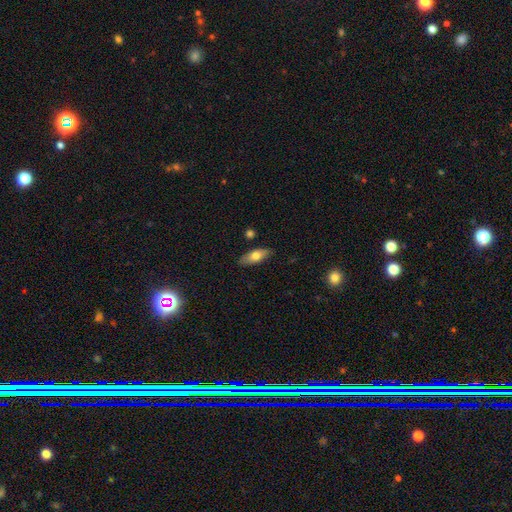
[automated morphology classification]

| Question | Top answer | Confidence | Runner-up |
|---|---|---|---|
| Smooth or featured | smooth | 69% | featured or disk (24%) |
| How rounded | in between | 74% | cigar-shaped (23%) |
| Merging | none | 84% | minor disturbance (11%) |